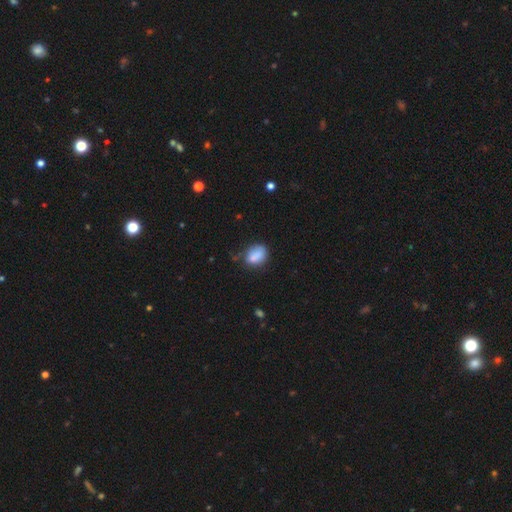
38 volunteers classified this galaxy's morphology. Smooth or featured? 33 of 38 (87%) said smooth. How rounded? 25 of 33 (76%) said in between. Merging? 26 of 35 (74%) said none.